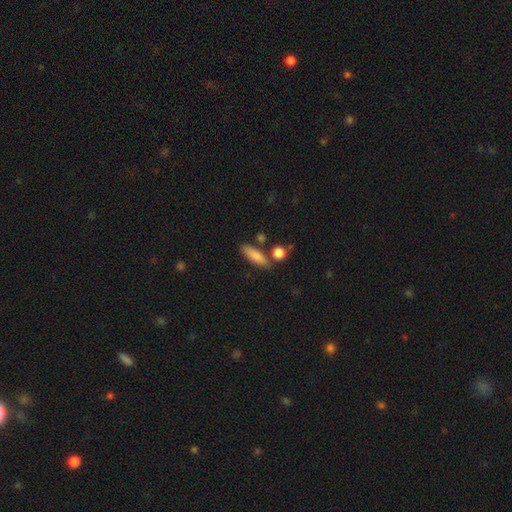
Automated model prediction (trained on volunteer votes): Overall: smooth (75%). How rounded: in between (49%; cigar-shaped 46%). Merging: none (73%).